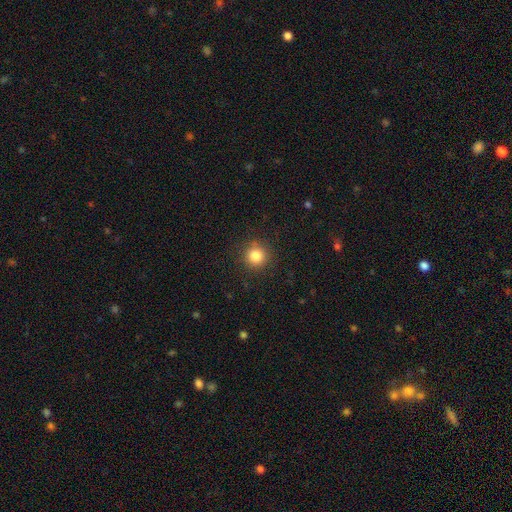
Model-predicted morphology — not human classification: Q: Smooth or featured?
A: smooth (83%); runner-up: star or artifact (12%)
Q: How rounded?
A: round (94%); runner-up: in between (5%)
Q: Merging?
A: none (90%); runner-up: minor disturbance (7%)